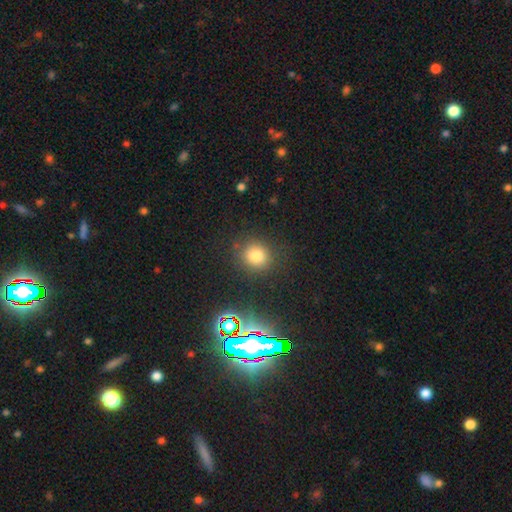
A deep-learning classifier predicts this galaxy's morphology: type=smooth (76%); roundness=round (81%); merging=none (83%).